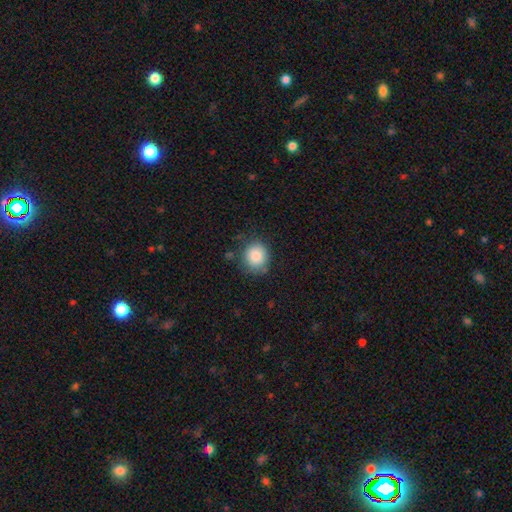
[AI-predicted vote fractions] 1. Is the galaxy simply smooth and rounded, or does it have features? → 84% smooth, 9% star or artifact, 7% featured or disk.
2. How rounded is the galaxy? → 78% round, 21% in between, 1% cigar-shaped.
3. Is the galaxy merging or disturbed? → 77% none, 16% minor disturbance, 4% major disturbance, 3% merger.